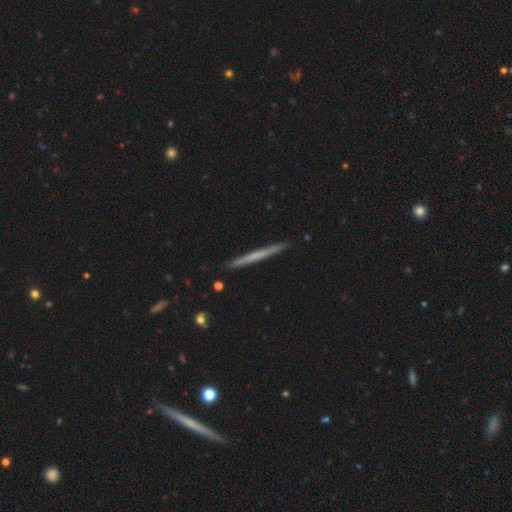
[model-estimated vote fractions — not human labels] Morphology: type=featured or disk (47%, tied with smooth); merging=none (92%).